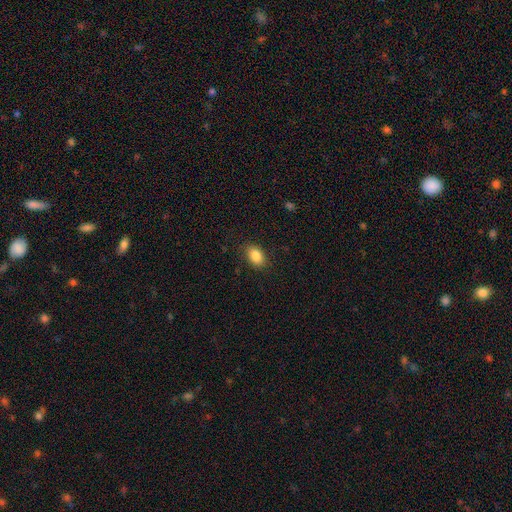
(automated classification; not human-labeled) This is clearly a smooth galaxy (86%). How rounded: clearly in between (81%). Merging: clearly none (87%).